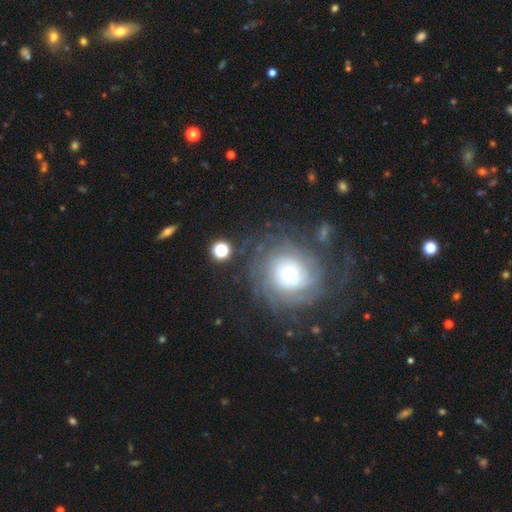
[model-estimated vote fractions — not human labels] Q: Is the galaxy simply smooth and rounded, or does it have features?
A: featured or disk — 47%.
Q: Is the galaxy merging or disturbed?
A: none — 77%.